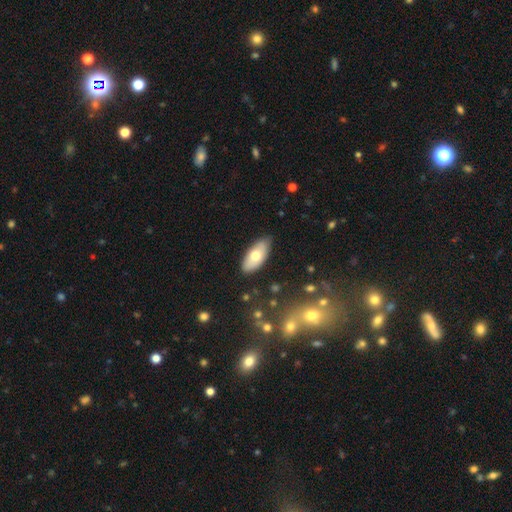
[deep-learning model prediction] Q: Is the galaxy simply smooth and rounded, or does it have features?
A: smooth — 67%.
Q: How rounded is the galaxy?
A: in between — 90%.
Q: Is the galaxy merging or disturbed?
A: none — 82%.